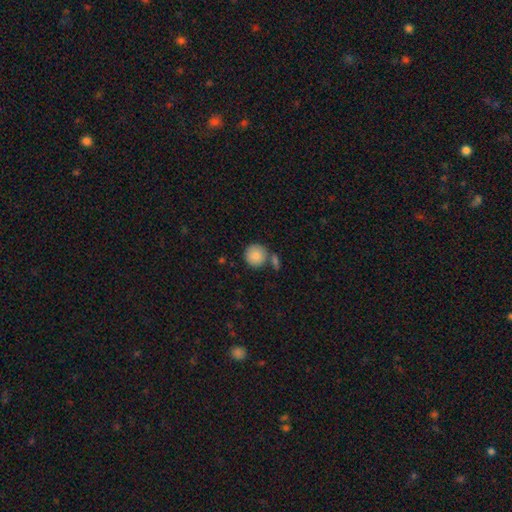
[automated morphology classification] A smooth galaxy with no disk features (86%) that is round (93%).

Vote fractions:
- Smooth or featured? smooth: 86% / star or artifact: 8% / featured or disk: 6%
- How rounded? round: 93% / in between: 6% / cigar-shaped: 1%
- Merging? none: 68% / merger: 18% / minor disturbance: 11% / major disturbance: 3%